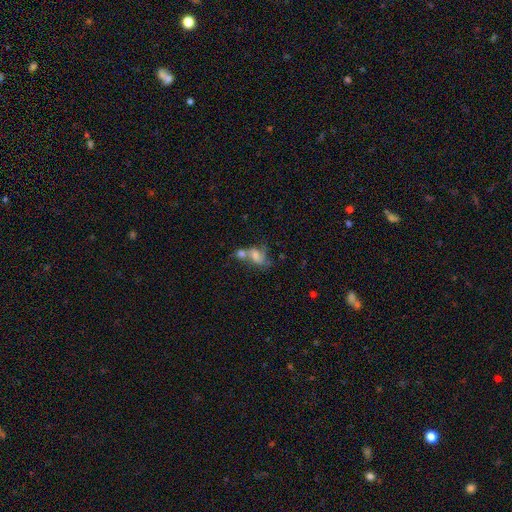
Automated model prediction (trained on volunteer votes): Smooth or featured?
  - smooth: 51% *
  - featured or disk: 37%
  - star or artifact: 12%
How rounded?
  - in between: 73% *
  - round: 23%
  - cigar-shaped: 3%
Merging?
  - merger: 63% *
  - none: 15%
  - major disturbance: 12%
  - minor disturbance: 9%